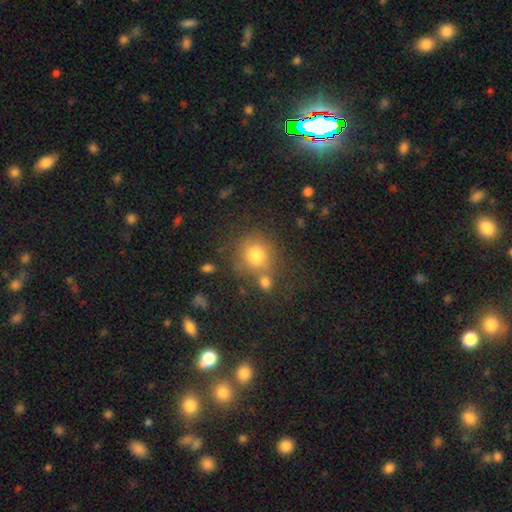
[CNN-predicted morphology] Q: Smooth or featured?
A: smooth (77%); runner-up: star or artifact (12%)
Q: How rounded?
A: round (86%); runner-up: in between (13%)
Q: Merging?
A: none (64%); runner-up: merger (18%)